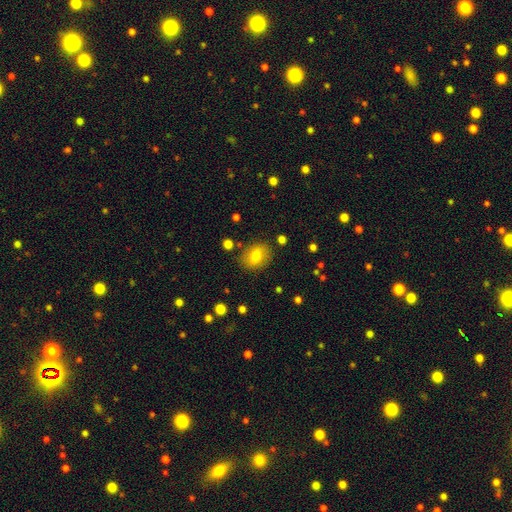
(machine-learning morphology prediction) Smooth or featured: smooth — 75% (featured or disk — 15%)
How rounded: in between — 53% (round — 46%)
Merging: none — 83% (minor disturbance — 12%)